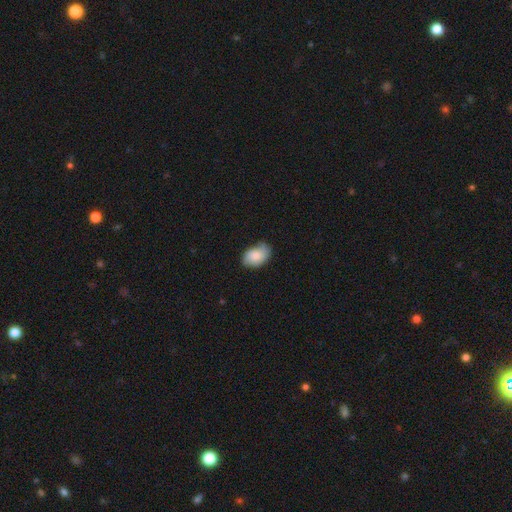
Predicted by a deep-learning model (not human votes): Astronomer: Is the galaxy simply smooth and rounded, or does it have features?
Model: smooth — 77%.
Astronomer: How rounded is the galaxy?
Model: in between — 88%.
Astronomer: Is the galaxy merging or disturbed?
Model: none — 64%.